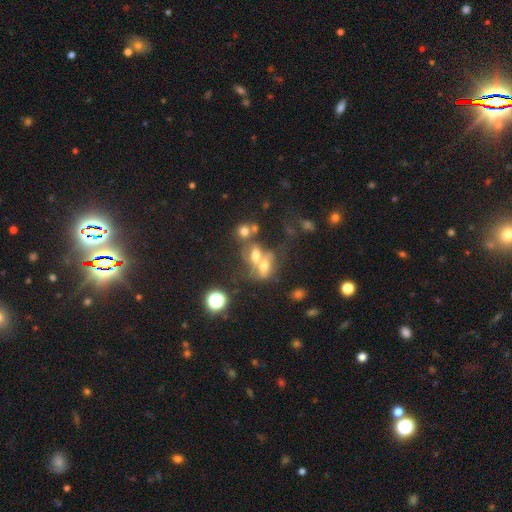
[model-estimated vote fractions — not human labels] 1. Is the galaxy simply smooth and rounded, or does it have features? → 54% smooth, 27% featured or disk, 18% star or artifact.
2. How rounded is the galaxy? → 61% in between, 36% round, 4% cigar-shaped.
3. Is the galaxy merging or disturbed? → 62% merger, 22% none, 8% minor disturbance, 8% major disturbance.